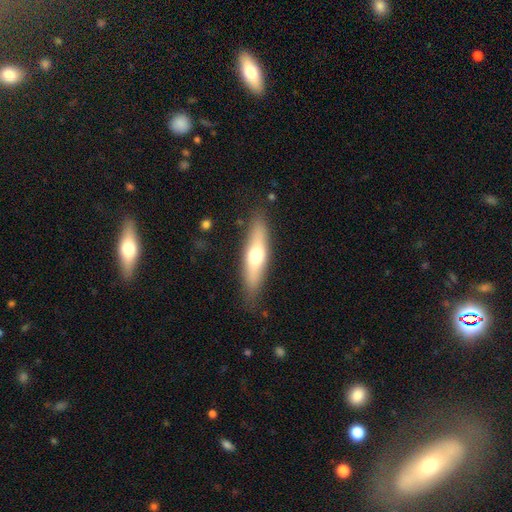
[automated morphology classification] Smooth or featured? smooth (55%)
How rounded? cigar-shaped (63%)
Merging? none (84%)